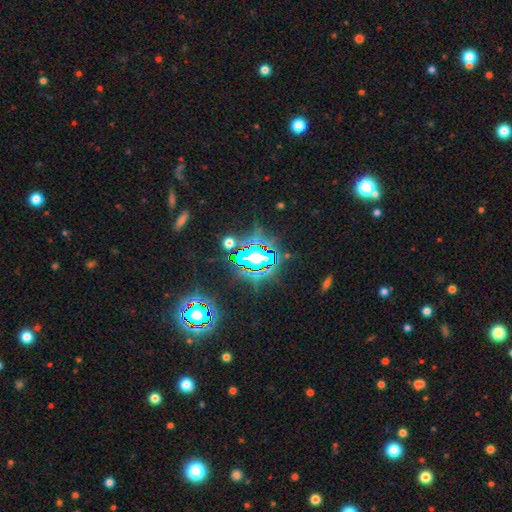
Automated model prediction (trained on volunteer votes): Morphology: type=star or artifact (75%).